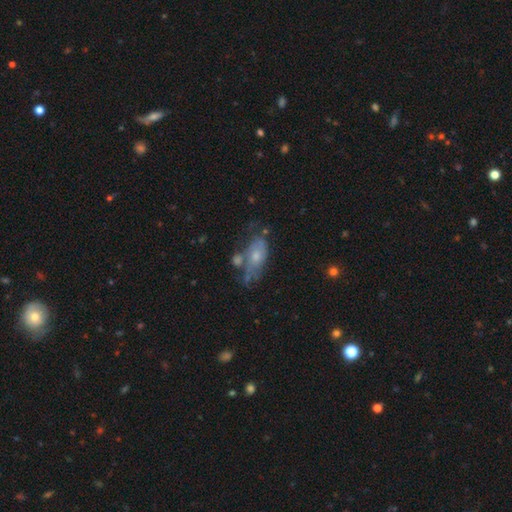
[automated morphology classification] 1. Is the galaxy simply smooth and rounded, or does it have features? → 49% smooth, 42% featured or disk, 9% star or artifact.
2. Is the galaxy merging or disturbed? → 37% none, 27% minor disturbance, 18% major disturbance, 18% merger.